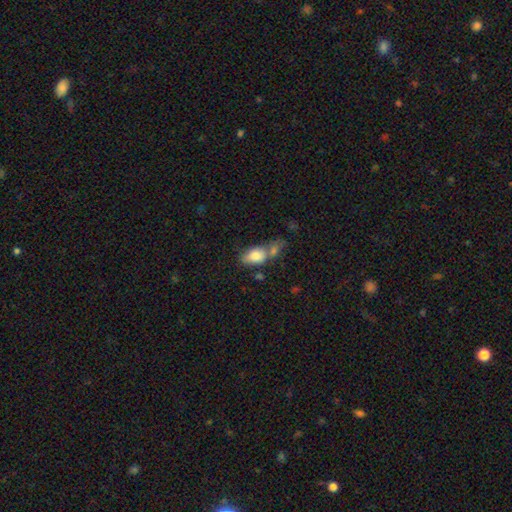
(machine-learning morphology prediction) This is likely a smooth galaxy (78%). How rounded: clearly in between (85%). Merging: possibly merger (45%).